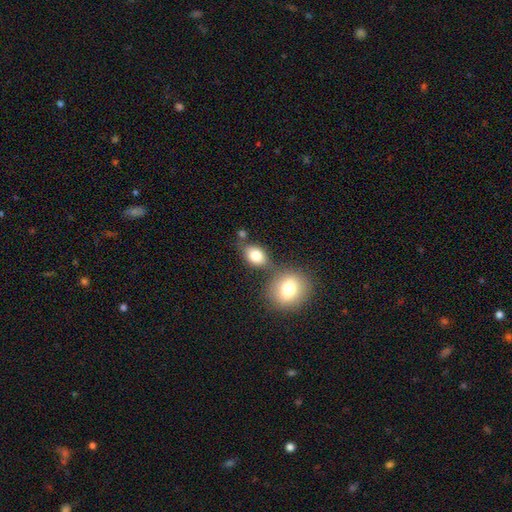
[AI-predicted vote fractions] Smooth or featured?
  - smooth: 81% *
  - featured or disk: 10%
  - star or artifact: 8%
How rounded?
  - in between: 71% *
  - round: 27%
  - cigar-shaped: 2%
Merging?
  - none: 58% *
  - merger: 23%
  - minor disturbance: 14%
  - major disturbance: 5%